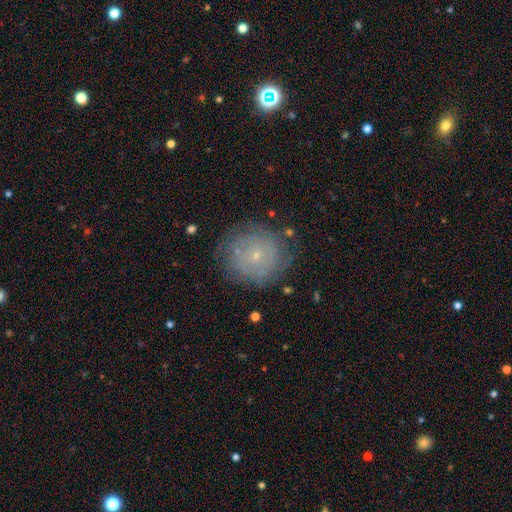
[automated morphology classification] Smooth or featured? smooth (46%)
Merging? none (77%)